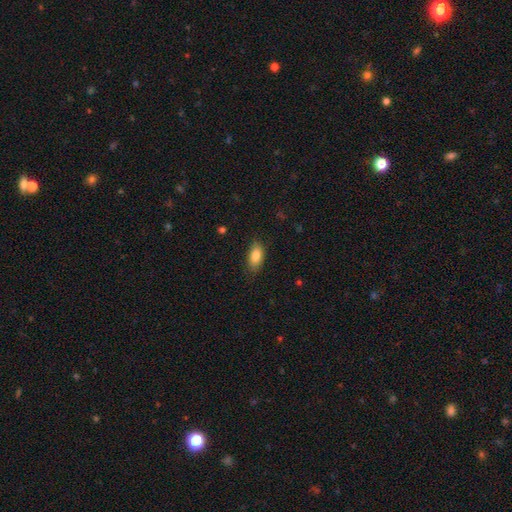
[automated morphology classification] This is clearly a smooth galaxy (85%). How rounded: clearly in between (88%). Merging: clearly none (82%).